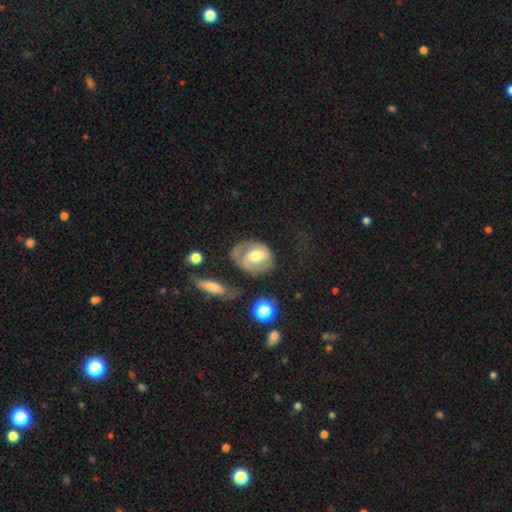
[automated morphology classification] A featured or disk galaxy (64%) with no bar (53%), spiral arms (74%) and a moderate central bulge (63%).

Vote fractions:
- Smooth or featured? featured or disk: 64% / smooth: 30% / star or artifact: 6%
- Edge-on disk? no: 95% / yes: 5%
- Bar? no: 53% / weak: 36% / strong: 11%
- Spiral arms? yes: 74% / no: 26%
- Bulge size? moderate: 63% / large: 22% / small: 11% / none: 2% / dominant: 2%
- Merging? none: 47% / minor disturbance: 24% / major disturbance: 23% / merger: 6%